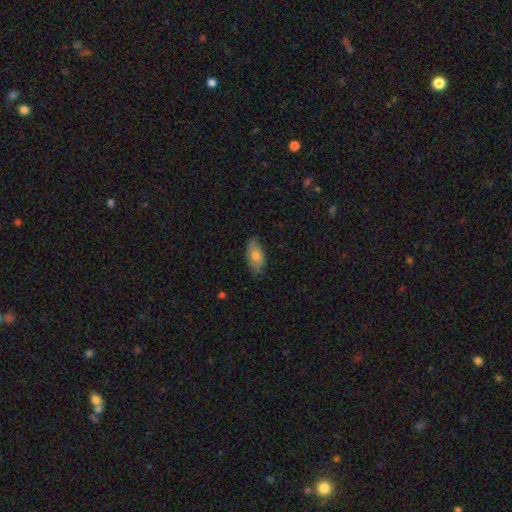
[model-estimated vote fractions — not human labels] A smooth galaxy with no disk features (71%) that is in between round and cigar-shaped (88%). Merging: none (79%).